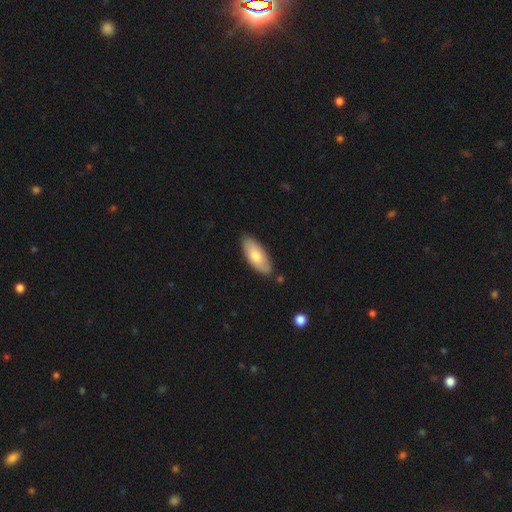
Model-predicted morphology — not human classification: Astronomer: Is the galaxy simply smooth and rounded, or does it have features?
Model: smooth — 70%.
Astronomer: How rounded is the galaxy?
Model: in between — 82%.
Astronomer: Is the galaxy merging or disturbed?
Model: none — 83%.